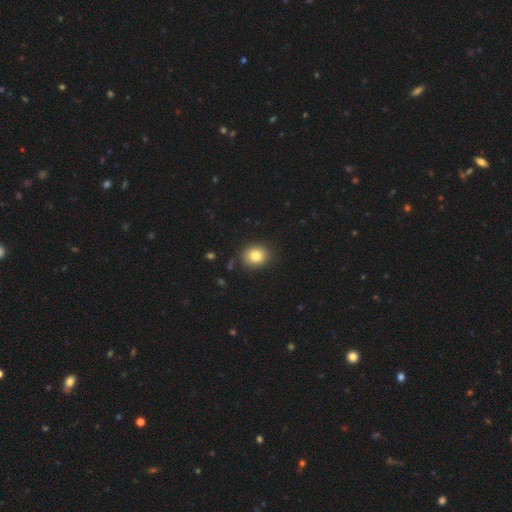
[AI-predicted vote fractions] Q: Smooth or featured?
A: smooth (82%); runner-up: star or artifact (10%)
Q: How rounded?
A: round (71%); runner-up: in between (28%)
Q: Merging?
A: none (86%); runner-up: minor disturbance (10%)